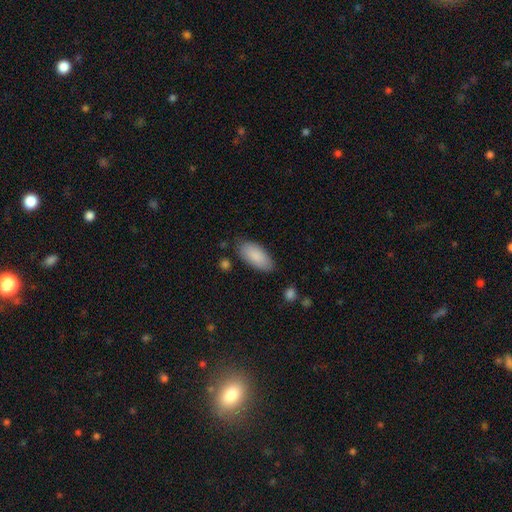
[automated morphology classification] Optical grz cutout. It shows a smooth galaxy with no disk features (88%) that is in between round and cigar-shaped (91%). Merging: none (80%).